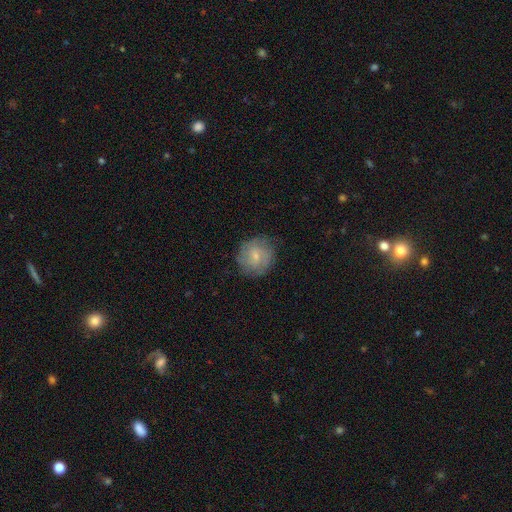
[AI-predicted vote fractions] This appears to be a featured or disk galaxy (47%). Merging: none (76%).